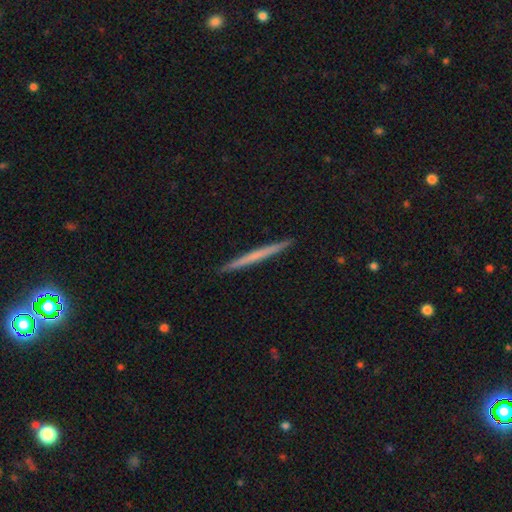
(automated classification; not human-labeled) Morphology: type=smooth (50%); merging=none (93%).